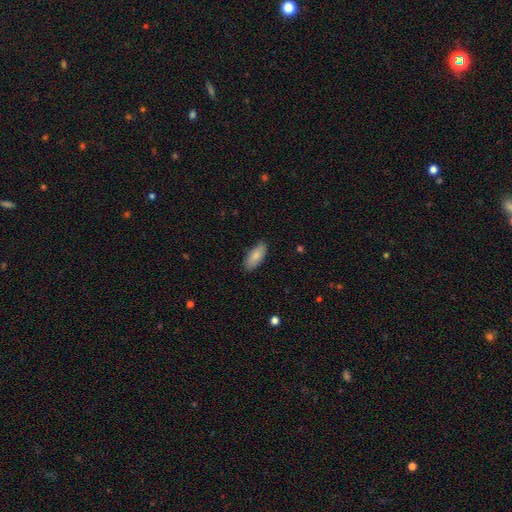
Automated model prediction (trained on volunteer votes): Smooth or featured: smooth — 84% (featured or disk — 10%)
How rounded: in between — 83% (cigar-shaped — 15%)
Merging: none — 86% (minor disturbance — 11%)